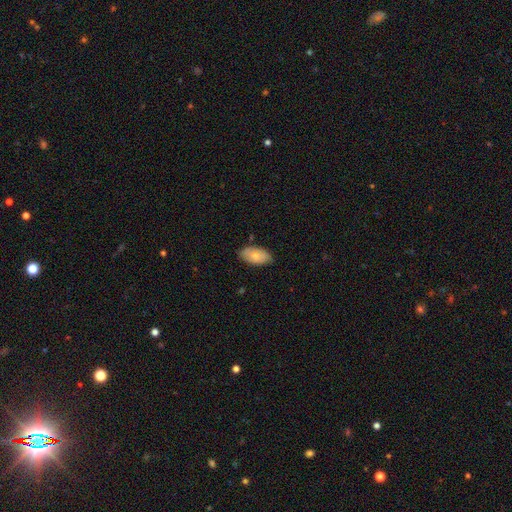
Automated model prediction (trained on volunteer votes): smooth-or-featured: smooth: 76% | featured or disk: 17% | star or artifact: 6%
  how-rounded: in between: 94% | round: 3% | cigar-shaped: 2%
  merging: none: 82% | minor disturbance: 14% | major disturbance: 2% | merger: 2%